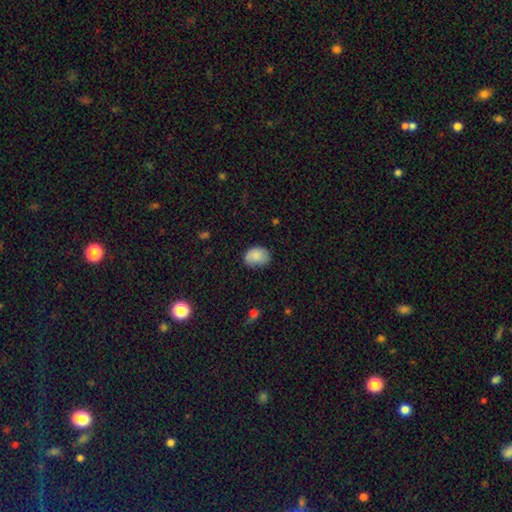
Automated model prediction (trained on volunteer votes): Smooth or featured: smooth — 85% (star or artifact — 7%)
How rounded: in between — 63% (round — 36%)
Merging: none — 73% (minor disturbance — 22%)